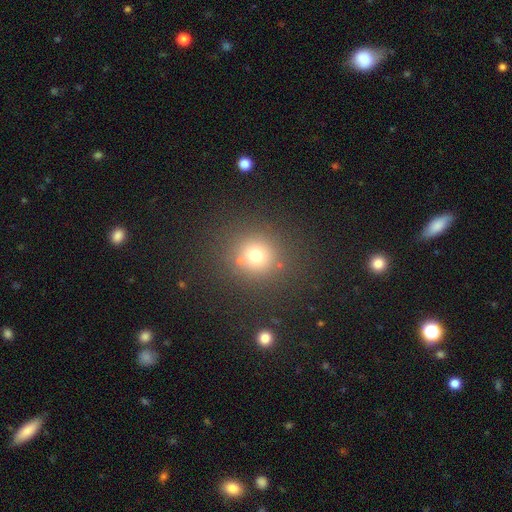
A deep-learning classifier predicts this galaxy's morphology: type=smooth (70%); roundness=round (90%); merging=none (81%).